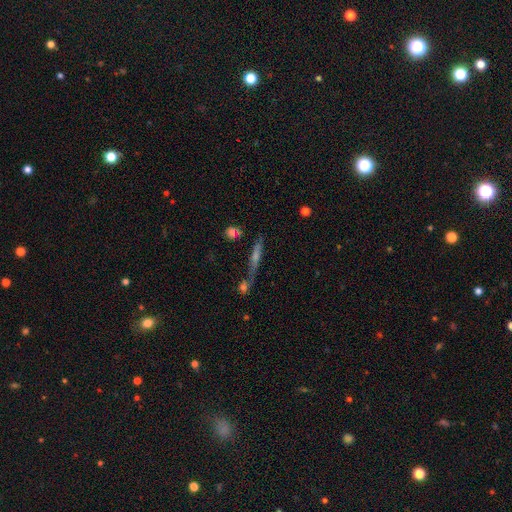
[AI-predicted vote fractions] smooth_or_featured: featured or disk (p=0.57) [alt: smooth p=0.27]
disk_edge_on: yes (p=0.85) [alt: no p=0.15]
merging: none (p=0.55) [alt: merger p=0.22]